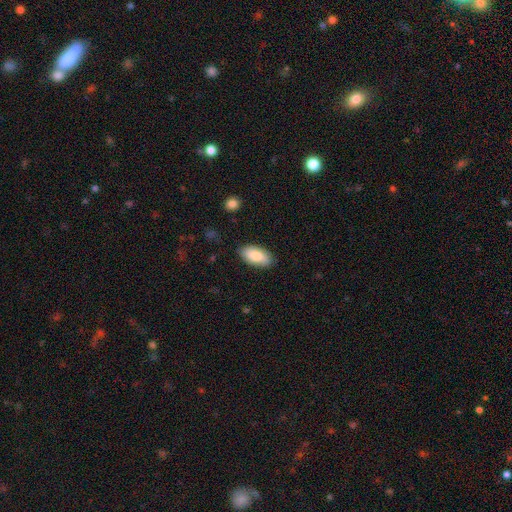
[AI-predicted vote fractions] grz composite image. It shows a smooth galaxy with no disk features (82%) that is in between round and cigar-shaped (93%). Merging: none (85%).